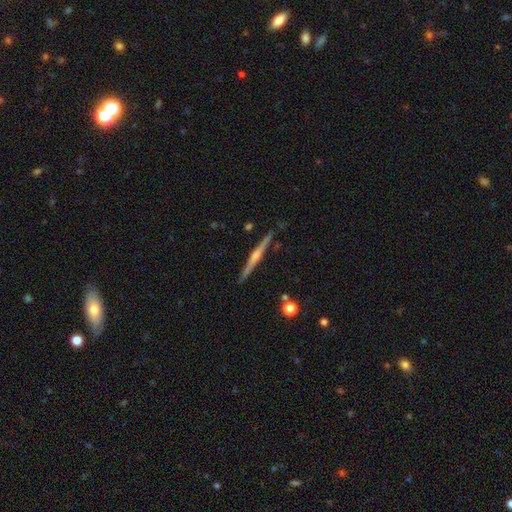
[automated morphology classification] featured or disk 81%, smooth 13%, star or artifact 6%. Down the decision tree: edge-on disk — yes (98%); edge-on bulge — rounded (77%); merging — none (90%).